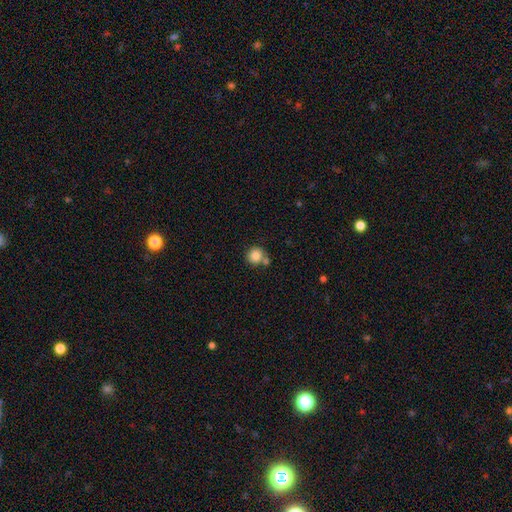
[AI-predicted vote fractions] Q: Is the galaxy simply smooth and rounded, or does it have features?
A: smooth — 84%.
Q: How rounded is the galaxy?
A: round — 92%.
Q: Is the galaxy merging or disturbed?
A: none — 65%.